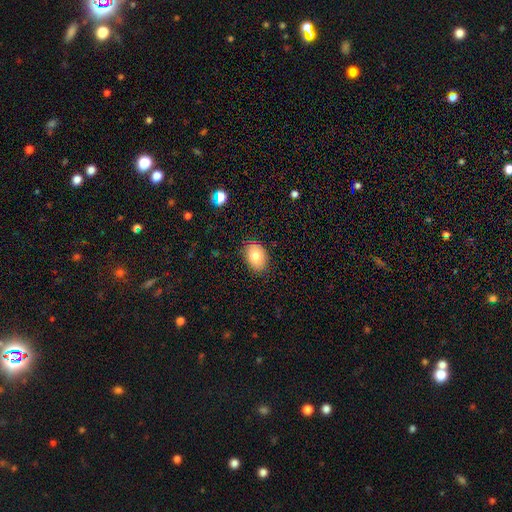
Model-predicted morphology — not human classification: Smooth or featured? Predicted: smooth (p=0.79). How rounded? Predicted: in between (p=0.71). Merging? Predicted: none (p=0.86).